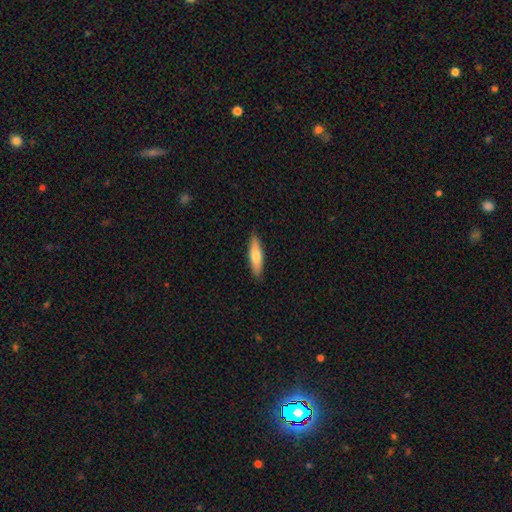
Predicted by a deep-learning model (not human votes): smooth_or_featured: smooth (p=0.69) [alt: featured or disk p=0.26]
how_rounded: cigar-shaped (p=0.70) [alt: in between p=0.29]
merging: none (p=0.89) [alt: minor disturbance p=0.08]